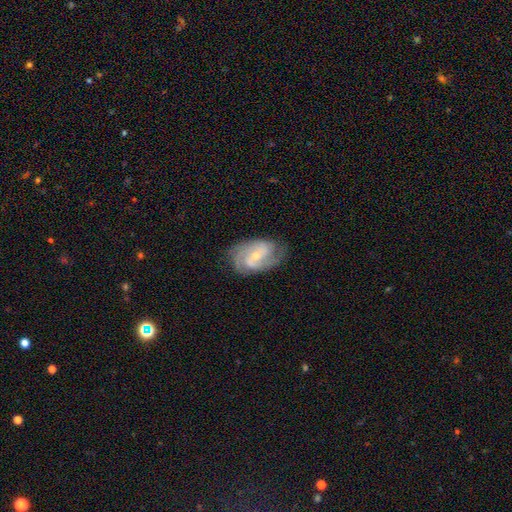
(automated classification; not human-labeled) Overall: featured or disk (86%). Edge-on disk: no (97%). Bar: no (44%; weak 42%). Spiral arms: yes (97%). Spiral arm count: 2 (38%; 3 34%). Spiral winding: tight (51%; medium 40%). Bulge size: small (56%; moderate 40%). Merging: none (76%).